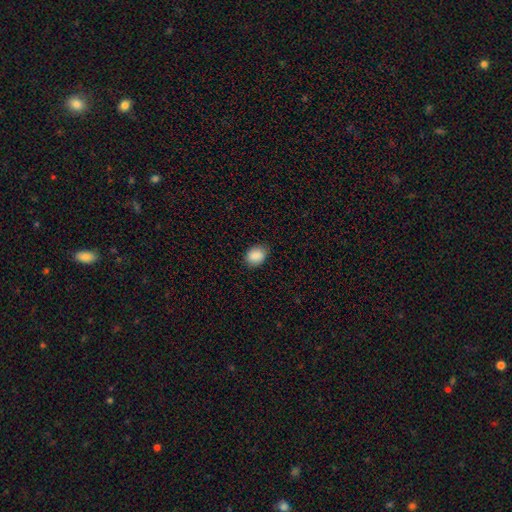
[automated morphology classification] This is clearly a smooth galaxy (89%). How rounded: possibly in between (60%). Merging: clearly none (85%).